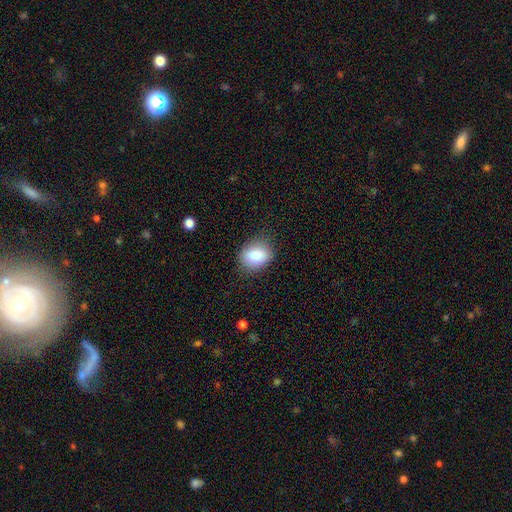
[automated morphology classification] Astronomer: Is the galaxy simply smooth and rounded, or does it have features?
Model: smooth — 85%.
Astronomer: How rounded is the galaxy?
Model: in between — 60% (runner-up: round, 39%).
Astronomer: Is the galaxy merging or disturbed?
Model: none — 78%.